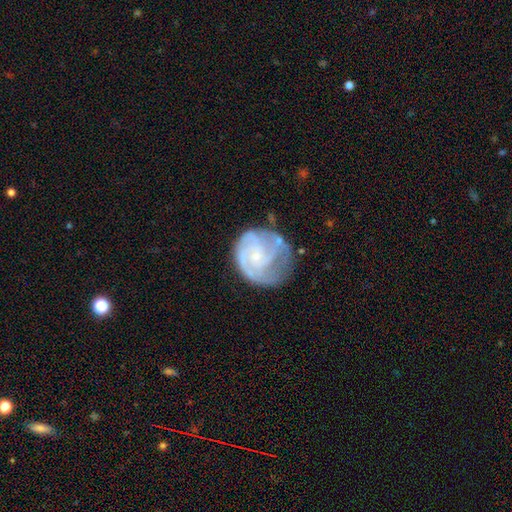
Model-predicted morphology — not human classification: type=featured or disk (79%); edge-on=no (98%); bar=no (73%); spiral arms=yes (92%); winding=tight (57%); arm count=3 (32%); bulge=small (74%); merging=none (53%).